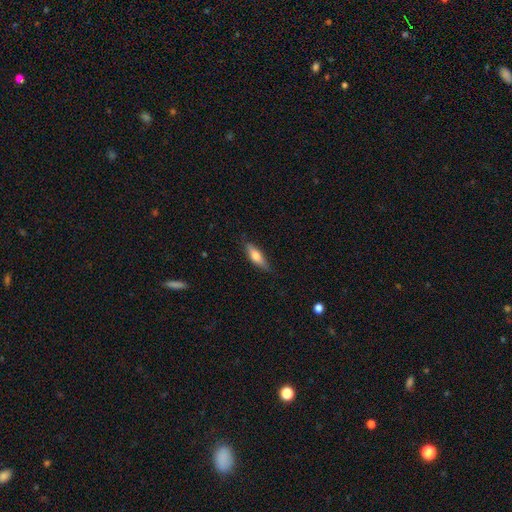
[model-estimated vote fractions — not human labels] A smooth galaxy with no disk features (68%) that is in between round and cigar-shaped (50%).

Vote fractions:
- Smooth or featured? smooth: 68% / featured or disk: 26% / star or artifact: 6%
- How rounded? in between: 50% / cigar-shaped: 48% / round: 2%
- Merging? none: 81% / minor disturbance: 15% / major disturbance: 3% / merger: 1%